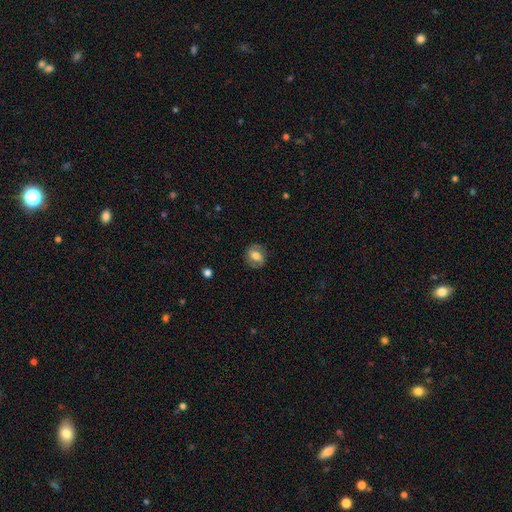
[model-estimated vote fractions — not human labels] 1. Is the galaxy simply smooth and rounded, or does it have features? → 60% smooth, 32% featured or disk, 8% star or artifact.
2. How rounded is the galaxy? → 55% round, 43% in between, 1% cigar-shaped.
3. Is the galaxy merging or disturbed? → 80% none, 13% minor disturbance, 5% major disturbance, 1% merger.